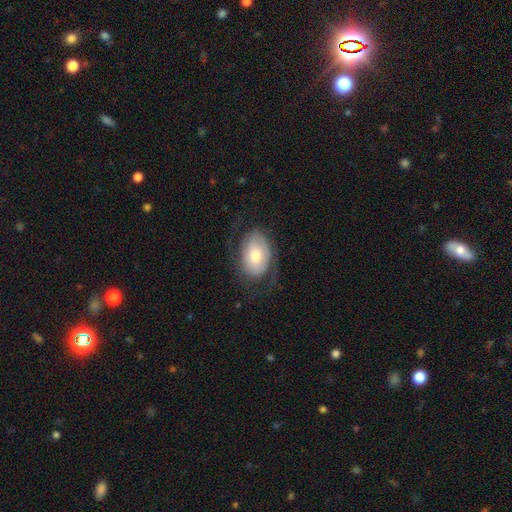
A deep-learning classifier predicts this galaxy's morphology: The model was most divided on "smooth or featured": smooth: 47%, featured or disk: 46%, star or artifact: 7%. More confident: merging — none (61%).